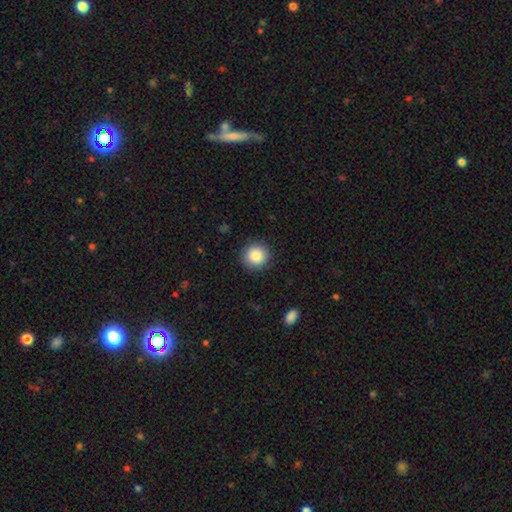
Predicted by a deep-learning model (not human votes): smooth_or_featured: smooth (p=0.86) [alt: star or artifact p=0.08]
how_rounded: round (p=0.93) [alt: in between p=0.06]
merging: none (p=0.90) [alt: minor disturbance p=0.07]